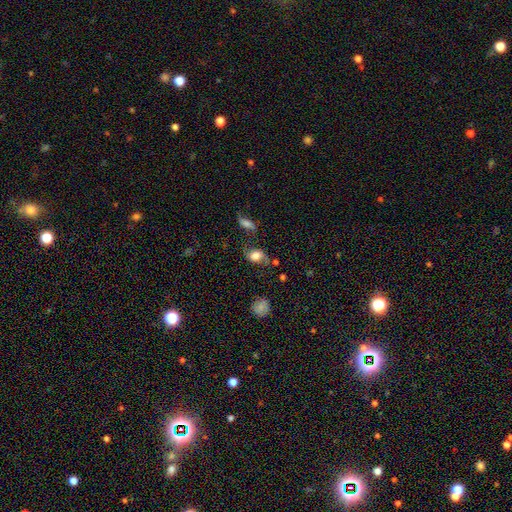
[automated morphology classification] Smooth or featured: smooth — 65% (featured or disk — 25%)
How rounded: in between — 70% (round — 27%)
Merging: none — 57% (minor disturbance — 26%)